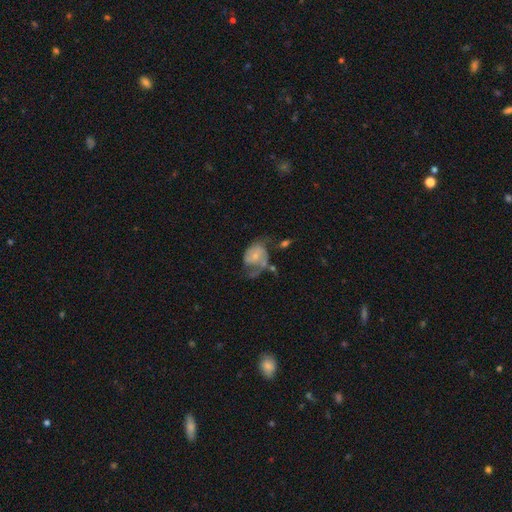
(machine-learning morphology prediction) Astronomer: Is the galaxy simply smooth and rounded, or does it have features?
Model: featured or disk — 64%.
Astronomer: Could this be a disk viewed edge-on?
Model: no — 97%.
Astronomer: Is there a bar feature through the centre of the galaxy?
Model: no — 67%.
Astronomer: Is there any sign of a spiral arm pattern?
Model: yes — 81%.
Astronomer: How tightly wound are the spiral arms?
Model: medium — 41% (runner-up: loose, 37%).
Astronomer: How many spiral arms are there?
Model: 2 — 59%.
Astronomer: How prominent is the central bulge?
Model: small — 61%.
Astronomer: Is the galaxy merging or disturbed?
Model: major disturbance — 36% (runner-up: none, 30%).